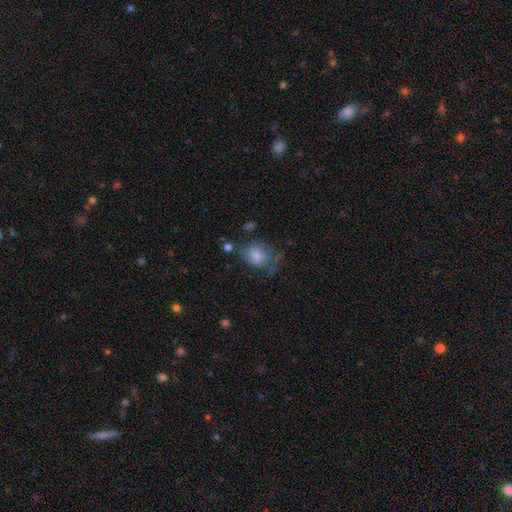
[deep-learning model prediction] Smooth or featured?
  - smooth: 65% *
  - featured or disk: 22%
  - star or artifact: 14%
How rounded?
  - in between: 53% *
  - round: 45%
  - cigar-shaped: 1%
Merging?
  - none: 44% *
  - minor disturbance: 27%
  - major disturbance: 23%
  - merger: 6%